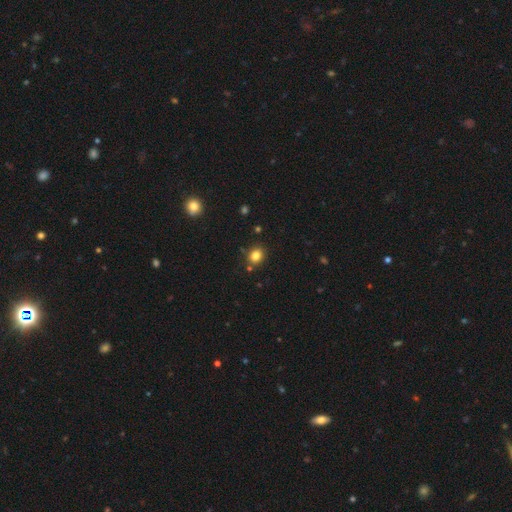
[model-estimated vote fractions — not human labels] Overall: smooth (82%). How rounded: round (67%; in between 32%). Merging: none (84%).